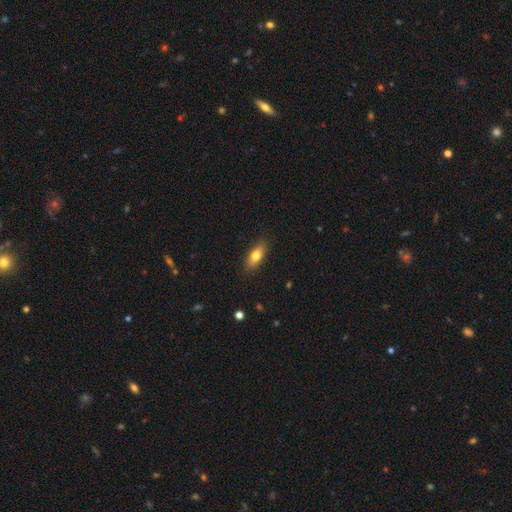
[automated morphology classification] Overall: smooth (71%). How rounded: in between (67%; cigar-shaped 29%). Merging: none (87%).